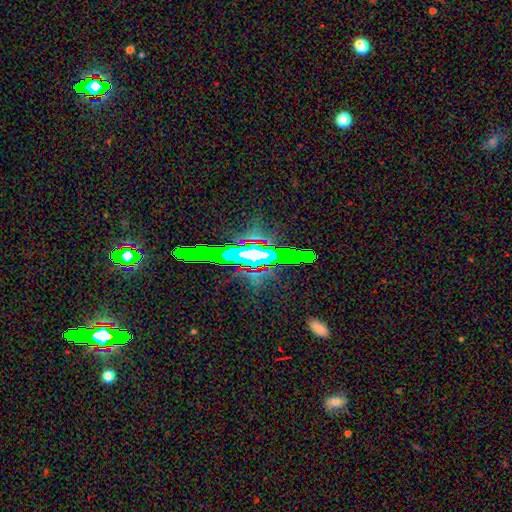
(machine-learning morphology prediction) This is possibly a star or artifact rather than a galaxy (54%).